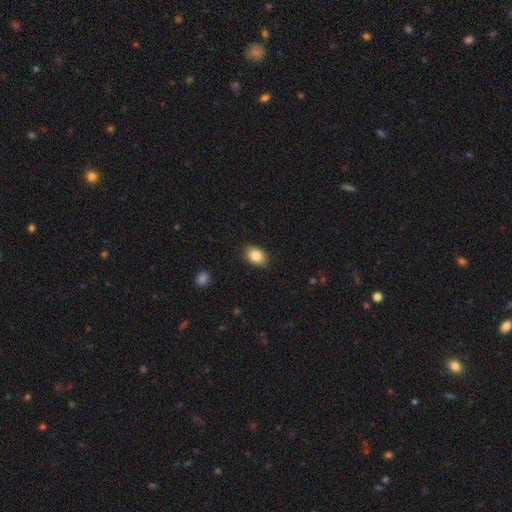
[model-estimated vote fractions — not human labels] Q: Smooth or featured?
A: smooth (85%); runner-up: star or artifact (8%)
Q: How rounded?
A: in between (82%); runner-up: round (17%)
Q: Merging?
A: none (88%); runner-up: minor disturbance (9%)